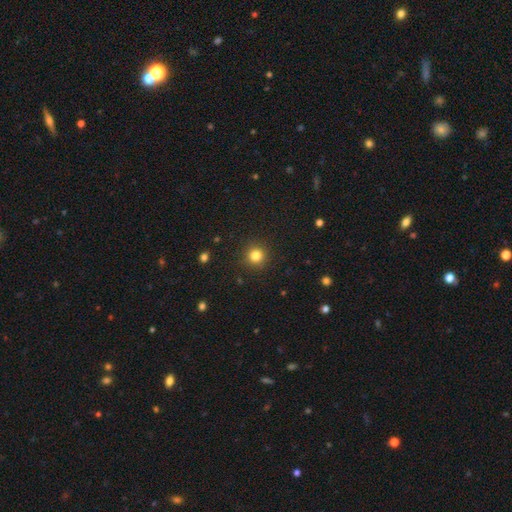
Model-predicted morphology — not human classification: Q: Smooth or featured?
A: smooth (82%); runner-up: star or artifact (13%)
Q: How rounded?
A: round (95%); runner-up: in between (5%)
Q: Merging?
A: none (91%); runner-up: minor disturbance (6%)